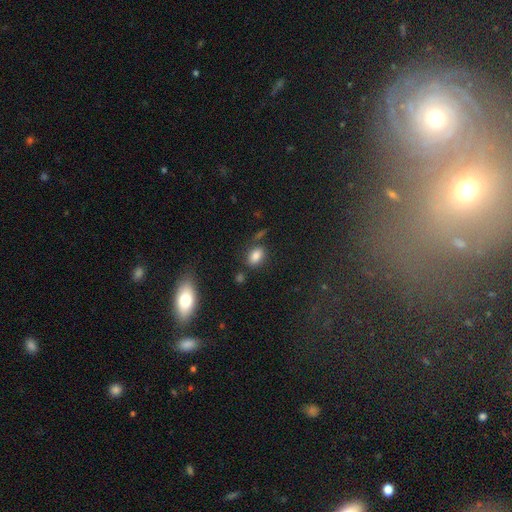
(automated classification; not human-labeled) Smooth or featured? smooth (81%)
How rounded? in between (82%)
Merging? none (72%)